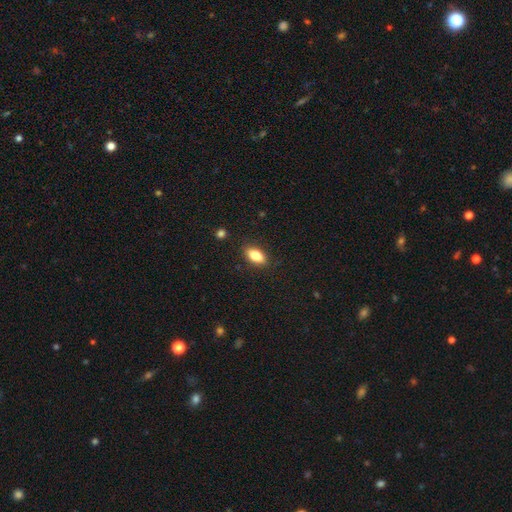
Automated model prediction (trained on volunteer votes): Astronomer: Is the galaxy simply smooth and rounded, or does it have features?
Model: smooth — 82%.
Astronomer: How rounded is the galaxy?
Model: in between — 88%.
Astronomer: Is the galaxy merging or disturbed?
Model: none — 87%.